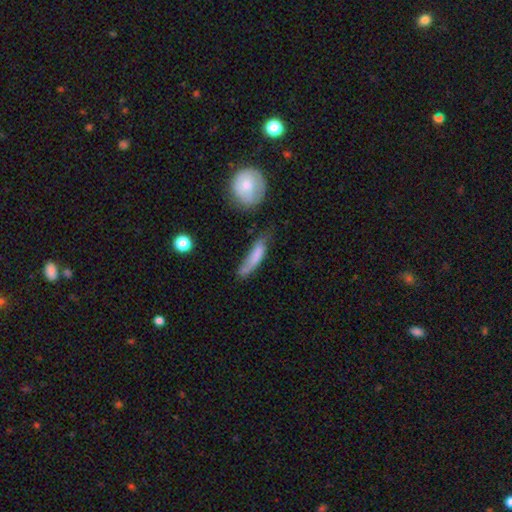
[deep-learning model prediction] smooth_or_featured: smooth (p=0.74) [alt: featured or disk p=0.20]
how_rounded: cigar-shaped (p=0.72) [alt: in between p=0.25]
merging: none (p=0.43) [alt: minor disturbance p=0.33]